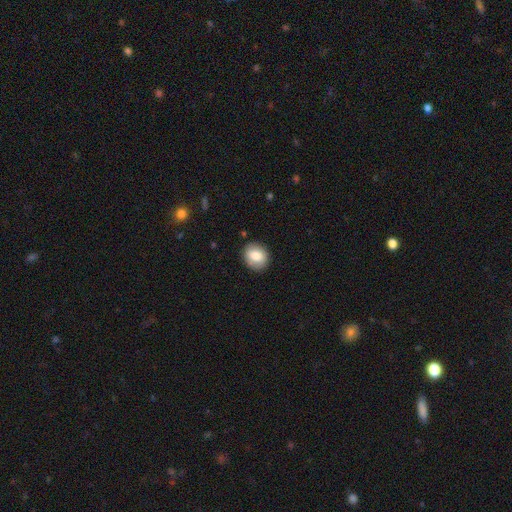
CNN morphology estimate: Smooth or featured?
  - smooth: 82% *
  - featured or disk: 10%
  - star or artifact: 8%
How rounded?
  - round: 64% *
  - in between: 35%
  - cigar-shaped: 1%
Merging?
  - none: 85% *
  - minor disturbance: 11%
  - major disturbance: 2%
  - merger: 1%